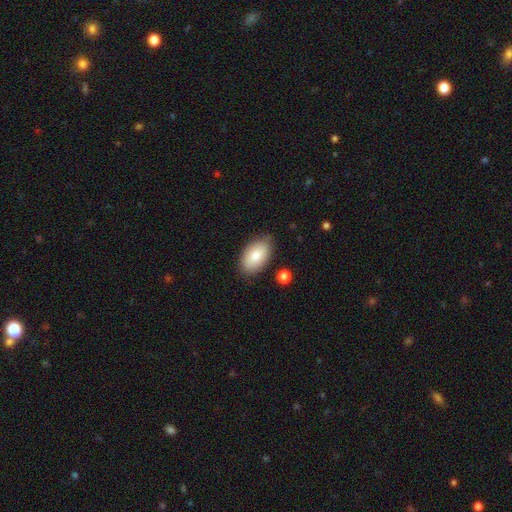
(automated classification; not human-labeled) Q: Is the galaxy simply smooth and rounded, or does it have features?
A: smooth — 79%.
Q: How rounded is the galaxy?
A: in between — 94%.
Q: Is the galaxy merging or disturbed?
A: none — 82%.